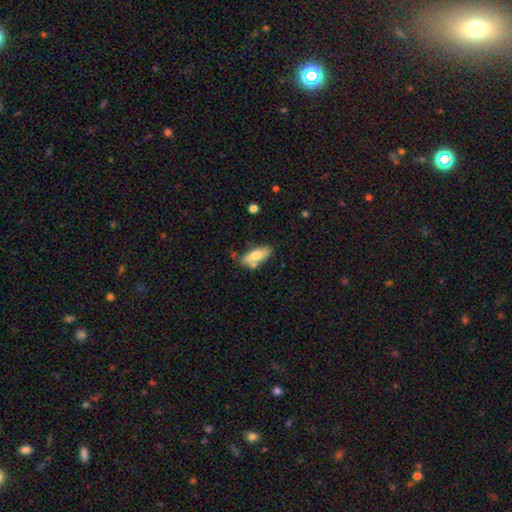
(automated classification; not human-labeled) Q: Smooth or featured?
A: smooth (69%); runner-up: featured or disk (25%)
Q: How rounded?
A: in between (81%); runner-up: cigar-shaped (16%)
Q: Merging?
A: none (59%); runner-up: minor disturbance (22%)